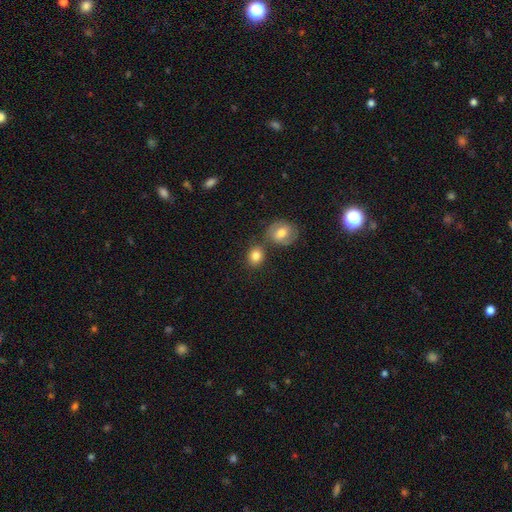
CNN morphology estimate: smooth_or_featured: smooth (p=0.83) [alt: featured or disk p=0.09]
how_rounded: round (p=0.62) [alt: in between p=0.37]
merging: none (p=0.58) [alt: merger p=0.27]